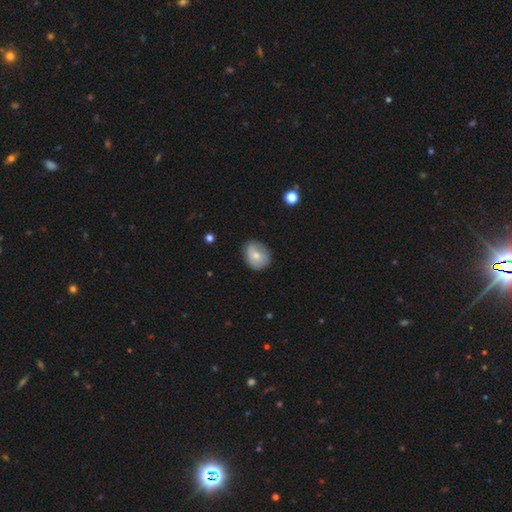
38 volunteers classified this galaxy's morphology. smooth 66%, featured or disk 32%, star or artifact 3%. Down the decision tree: how rounded — round (52%); merging — none (49%).